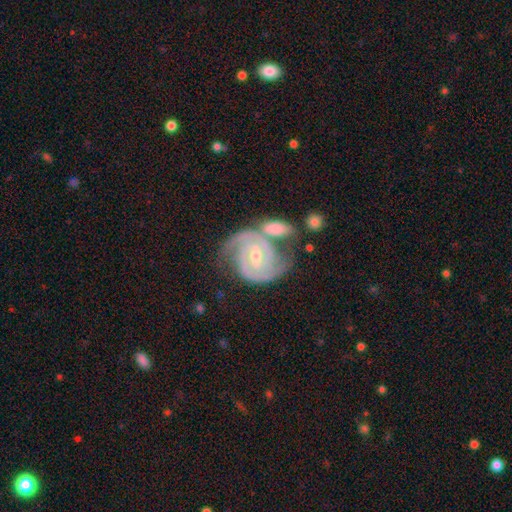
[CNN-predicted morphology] smooth-or-featured: featured or disk: 90% | smooth: 5% | star or artifact: 4%
  disk-edge-on: no: 97% | yes: 3%
    bar: weak: 50% | strong: 30% | no: 21%
    has-spiral-arms: yes: 98% | no: 2%
      spiral-winding: tight: 61% | medium: 34% | loose: 6%
      spiral-arm-count: 2: 72% | 3: 13% | can't tell: 8% | 4: 3% | 1: 2% | more than 4: 2%
    bulge-size: small: 54% | moderate: 43% | large: 1% | none: 1% | dominant: 1%
  merging: none: 50% | merger: 25% | minor disturbance: 17% | major disturbance: 8%